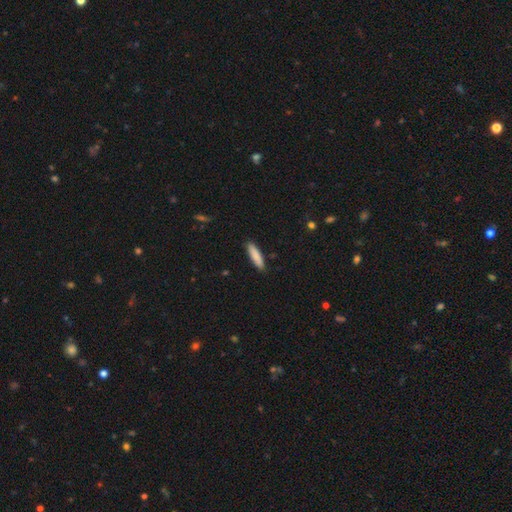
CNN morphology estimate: A smooth galaxy with no disk features (87%) that is cigar-shaped (74%). Merging: none (88%).